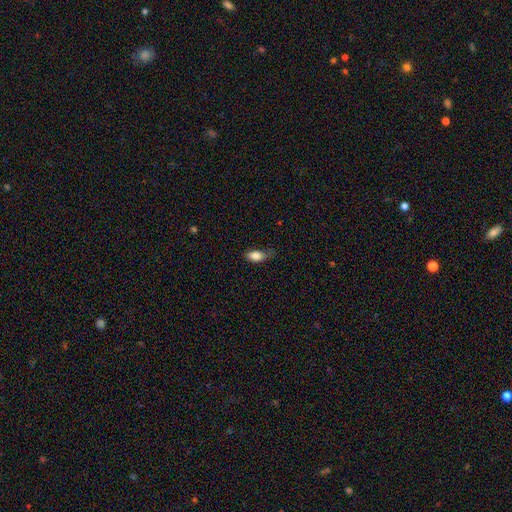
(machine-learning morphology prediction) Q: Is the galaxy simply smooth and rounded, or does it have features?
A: smooth — 84%.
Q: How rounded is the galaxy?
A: in between — 88%.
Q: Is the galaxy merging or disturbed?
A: none — 46%.